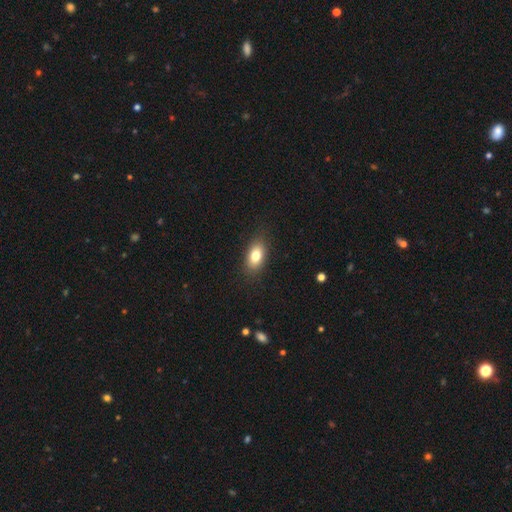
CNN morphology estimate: Smooth or featured: smooth — 80% (featured or disk — 11%)
How rounded: in between — 86% (round — 10%)
Merging: none — 86% (minor disturbance — 10%)